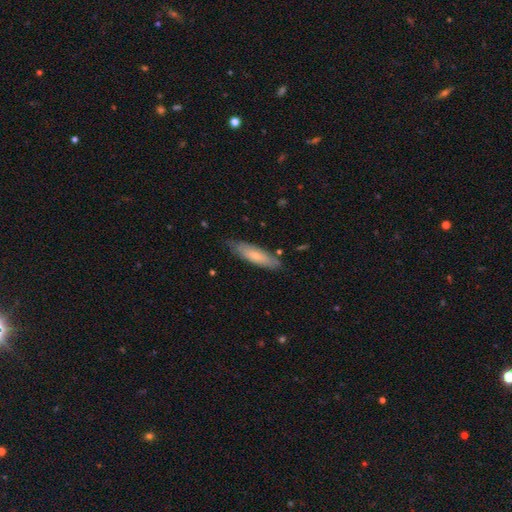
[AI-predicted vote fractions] smooth 66%, featured or disk 29%, star or artifact 6%. Down the decision tree: how rounded — cigar-shaped (63%); merging — none (77%).